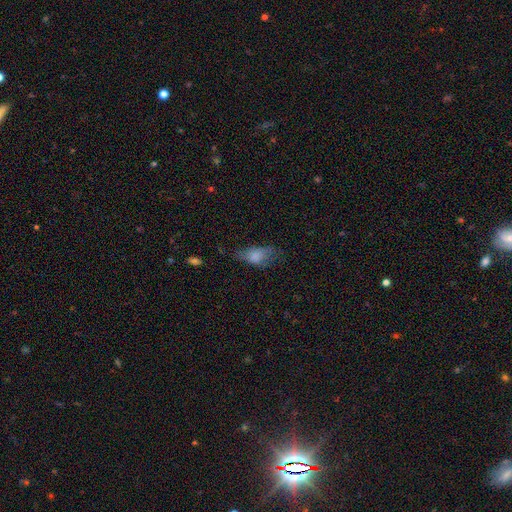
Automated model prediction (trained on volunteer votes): Overall: smooth (72%). How rounded: in between (85%). Merging: none (40%; minor disturbance 32%).